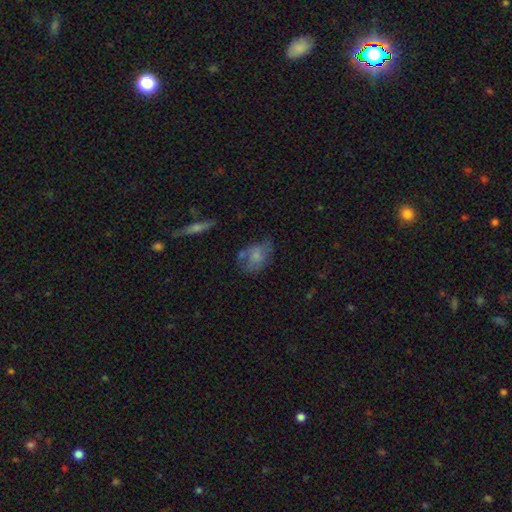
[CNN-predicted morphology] Smooth or featured: smooth — 62% (featured or disk — 29%)
How rounded: in between — 77% (round — 21%)
Merging: none — 47% (minor disturbance — 28%)